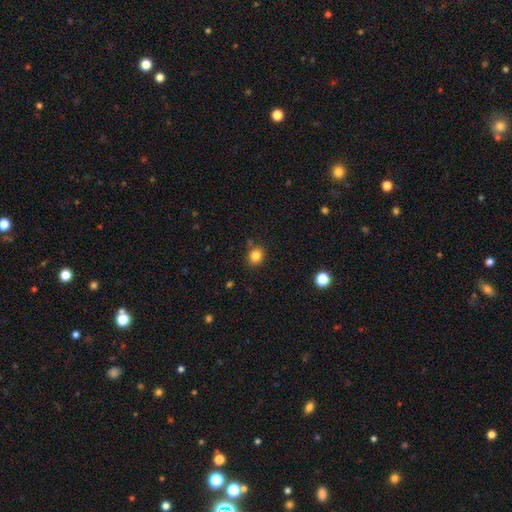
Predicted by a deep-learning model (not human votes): Q: Smooth or featured?
A: smooth (83%); runner-up: star or artifact (12%)
Q: How rounded?
A: round (71%); runner-up: in between (28%)
Q: Merging?
A: none (81%); runner-up: minor disturbance (12%)